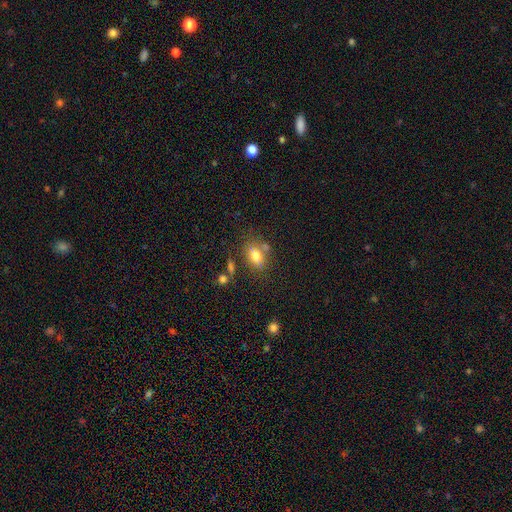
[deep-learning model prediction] Q: Smooth or featured?
A: smooth (69%); runner-up: featured or disk (19%)
Q: How rounded?
A: in between (73%); runner-up: round (22%)
Q: Merging?
A: none (60%); runner-up: minor disturbance (17%)